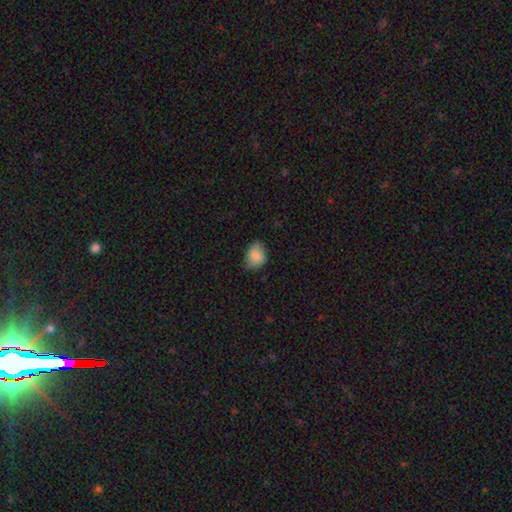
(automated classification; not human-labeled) Smooth or featured?
  - smooth: 85% *
  - star or artifact: 8%
  - featured or disk: 7%
How rounded?
  - in between: 55% *
  - round: 44%
  - cigar-shaped: 1%
Merging?
  - none: 64% *
  - minor disturbance: 29%
  - major disturbance: 6%
  - merger: 1%